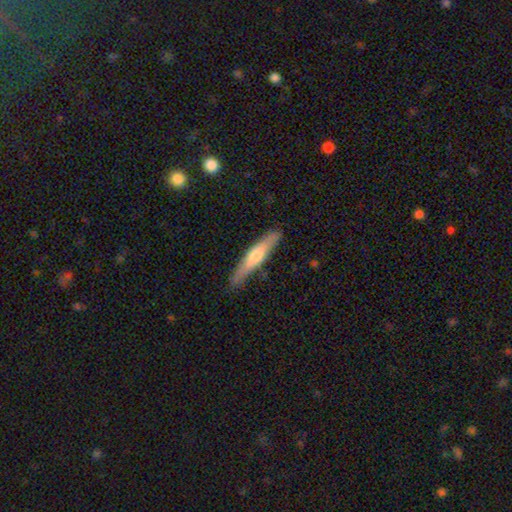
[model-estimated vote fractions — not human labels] smooth-or-featured: featured or disk: 48% | smooth: 47% | star or artifact: 5%
  merging: none: 85% | minor disturbance: 11% | major disturbance: 2% | merger: 1%